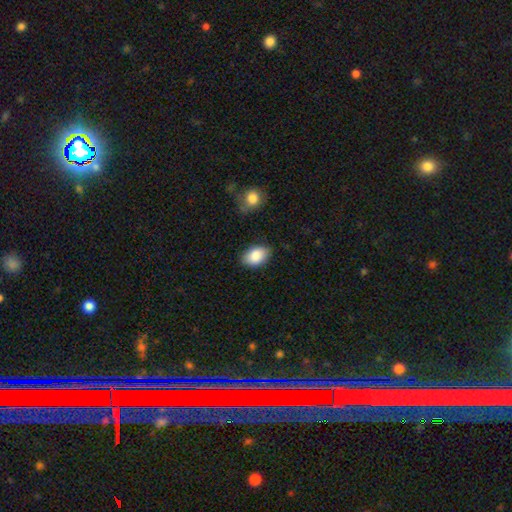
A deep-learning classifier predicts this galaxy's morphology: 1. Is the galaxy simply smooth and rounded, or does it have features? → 87% smooth, 7% star or artifact, 6% featured or disk.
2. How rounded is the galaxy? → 89% in between, 10% round, 1% cigar-shaped.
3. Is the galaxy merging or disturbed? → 83% none, 13% minor disturbance, 3% major disturbance, 2% merger.